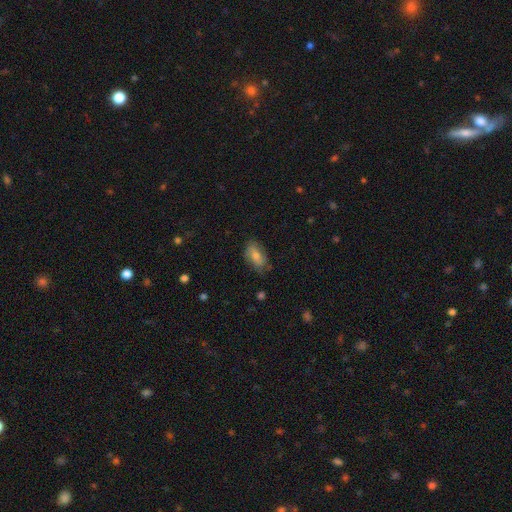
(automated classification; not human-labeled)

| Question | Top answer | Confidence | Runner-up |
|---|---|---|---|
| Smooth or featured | smooth | 54% | featured or disk (36%) |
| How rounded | in between | 88% | round (6%) |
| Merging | none | 75% | minor disturbance (19%) |